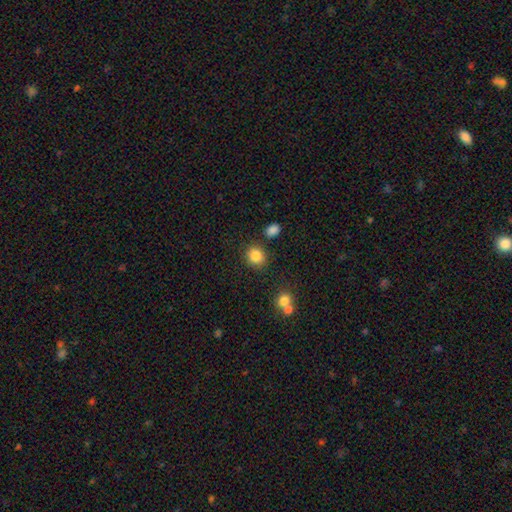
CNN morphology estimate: type=smooth (86%); roundness=round (75%); merging=none (82%).